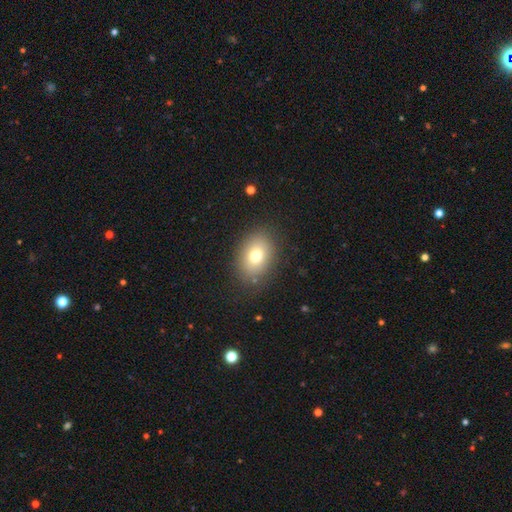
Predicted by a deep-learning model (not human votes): A smooth galaxy with no disk features (75%) that is in between round and cigar-shaped (70%). Merging: none (85%).